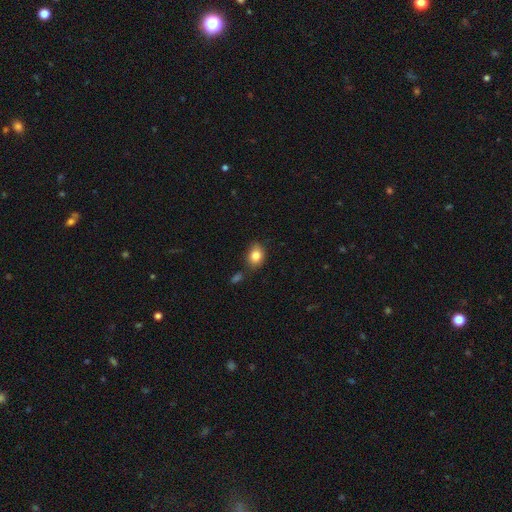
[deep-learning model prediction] Overall: smooth (83%). How rounded: in between (62%; round 37%). Merging: none (73%).